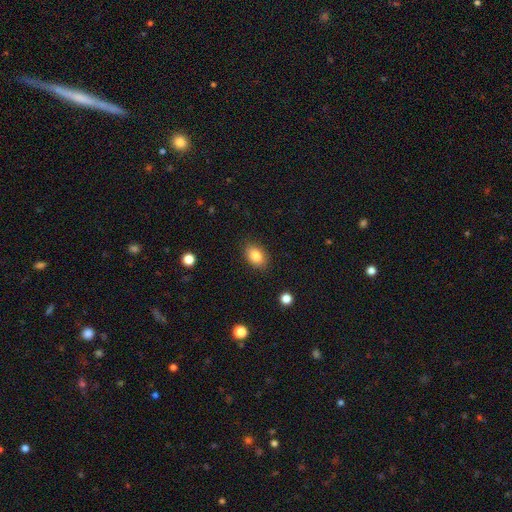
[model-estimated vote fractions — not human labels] Smooth or featured: smooth — 86% (star or artifact — 8%)
How rounded: in between — 81% (round — 18%)
Merging: none — 85% (minor disturbance — 11%)